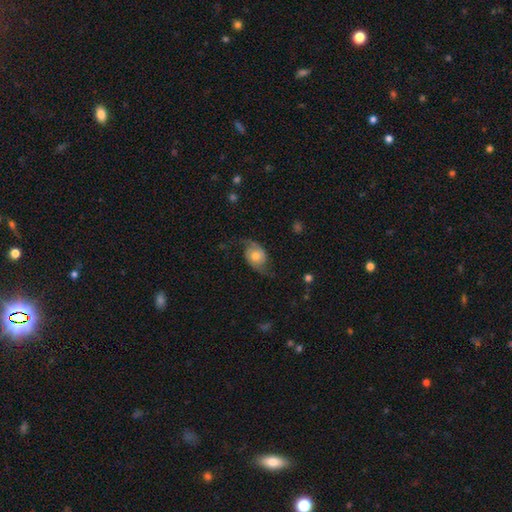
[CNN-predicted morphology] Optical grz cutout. It shows a featured or disk galaxy (70%) with no bar (74%), 2 (92%) loose (67%) spiral arms (92%) and a moderate central bulge (63%). Merging: none (67%).